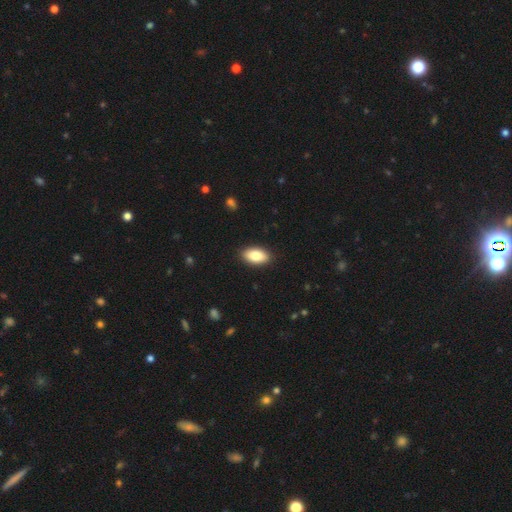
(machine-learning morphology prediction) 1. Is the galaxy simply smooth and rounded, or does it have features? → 85% smooth, 9% featured or disk, 6% star or artifact.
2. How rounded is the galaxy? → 93% in between, 3% round, 3% cigar-shaped.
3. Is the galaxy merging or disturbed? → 89% none, 8% minor disturbance, 2% major disturbance, 1% merger.